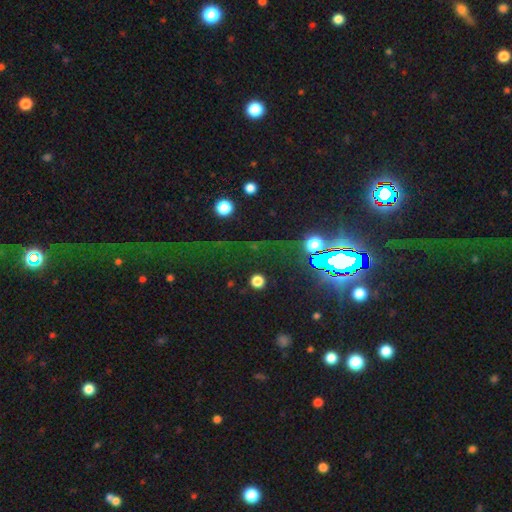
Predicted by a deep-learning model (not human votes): Smooth or featured? star or artifact (78%)